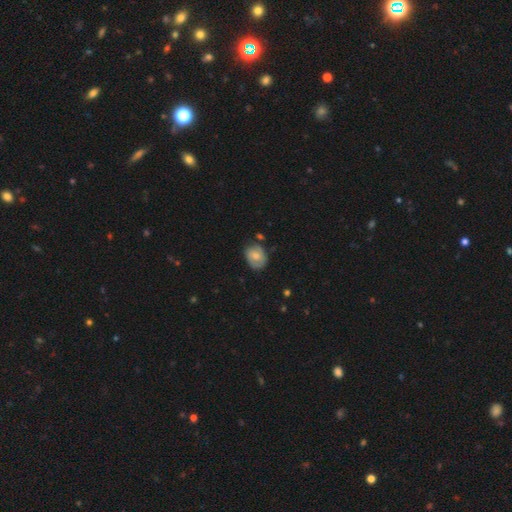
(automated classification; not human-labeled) Smooth or featured?
  - smooth: 64% *
  - featured or disk: 28%
  - star or artifact: 8%
How rounded?
  - in between: 56% *
  - round: 43%
  - cigar-shaped: 1%
Merging?
  - none: 64% *
  - minor disturbance: 26%
  - major disturbance: 6%
  - merger: 4%